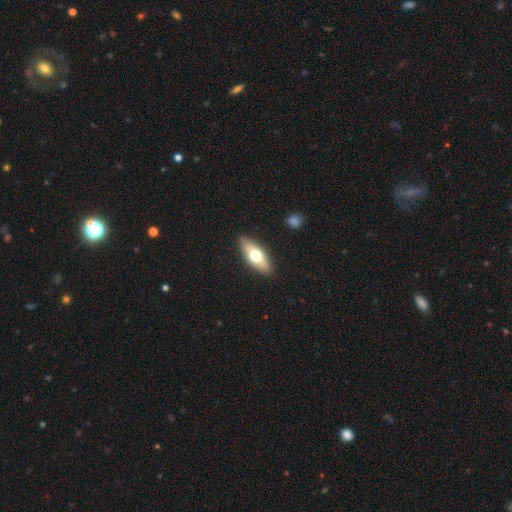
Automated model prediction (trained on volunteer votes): smooth_or_featured: smooth (p=0.61) [alt: featured or disk p=0.34]
how_rounded: in between (p=0.71) [alt: cigar-shaped p=0.26]
merging: none (p=0.88) [alt: minor disturbance p=0.09]